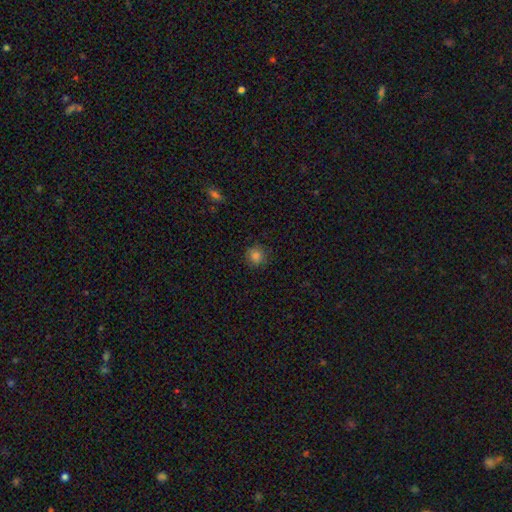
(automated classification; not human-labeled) A smooth galaxy with no disk features (83%) that is round (92%).

Vote fractions:
- Smooth or featured? smooth: 83% / star or artifact: 13% / featured or disk: 4%
- How rounded? round: 92% / in between: 7% / cigar-shaped: 1%
- Merging? none: 89% / minor disturbance: 8% / major disturbance: 2% / merger: 1%